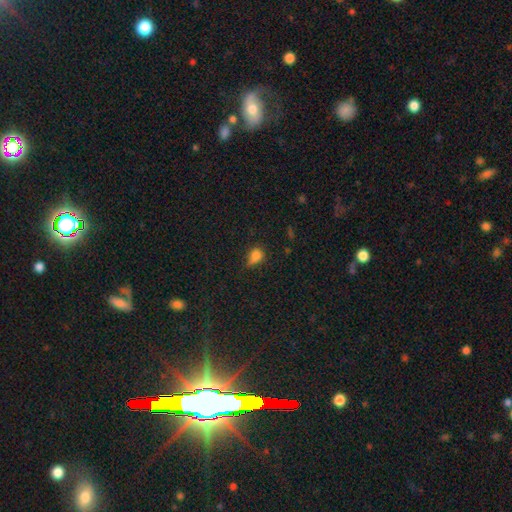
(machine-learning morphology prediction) Smooth or featured: smooth — 80% (star or artifact — 14%)
How rounded: in between — 54% (round — 43%)
Merging: none — 46% (minor disturbance — 39%)